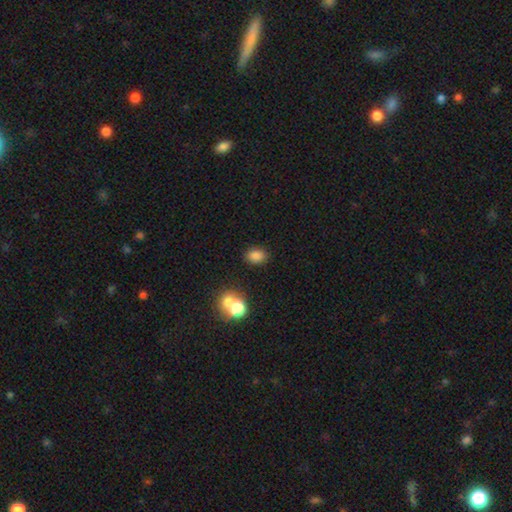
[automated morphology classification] smooth 83%, star or artifact 12%, featured or disk 5%. Down the decision tree: how rounded — in between (70%); merging — none (81%).